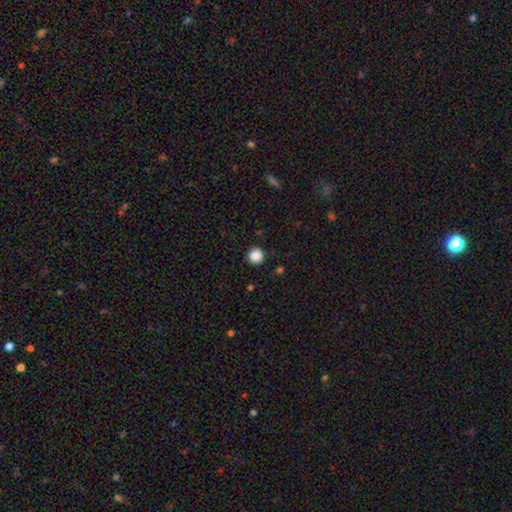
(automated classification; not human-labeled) Q: Smooth or featured?
A: smooth (87%); runner-up: star or artifact (10%)
Q: How rounded?
A: round (95%); runner-up: in between (4%)
Q: Merging?
A: none (91%); runner-up: minor disturbance (6%)